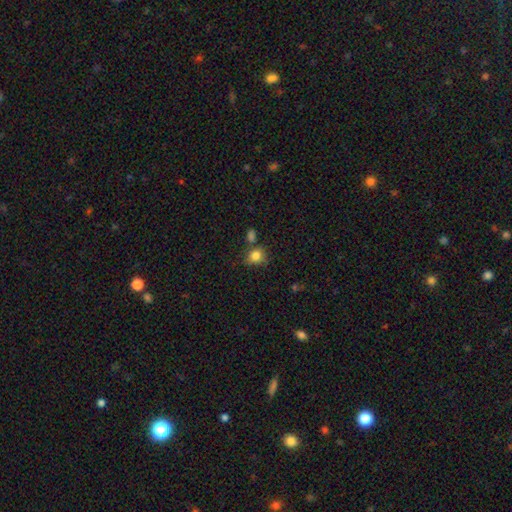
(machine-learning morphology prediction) Smooth or featured: smooth — 82% (star or artifact — 11%)
How rounded: round — 67% (in between — 32%)
Merging: none — 65% (minor disturbance — 18%)